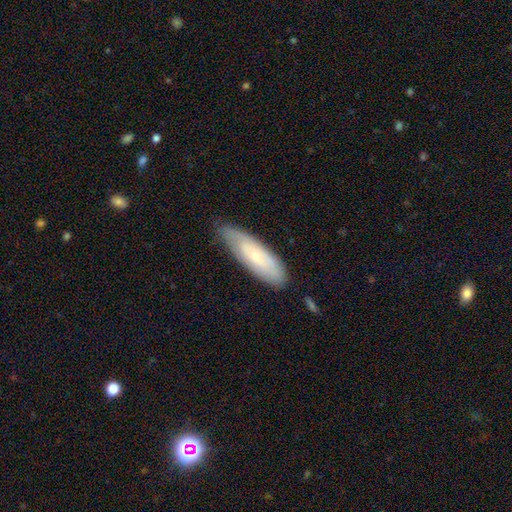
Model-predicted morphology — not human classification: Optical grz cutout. It shows a smooth galaxy with no disk features (52%) that is in between round and cigar-shaped (49%, tied with cigar-shaped). Merging: none (74%).